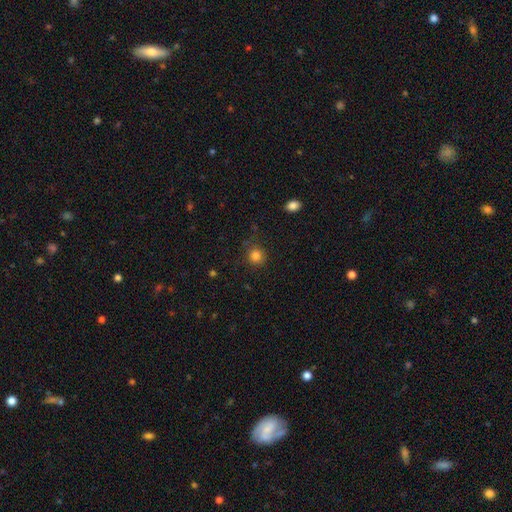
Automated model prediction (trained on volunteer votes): Smooth or featured? smooth (83%)
How rounded? round (89%)
Merging? none (78%)